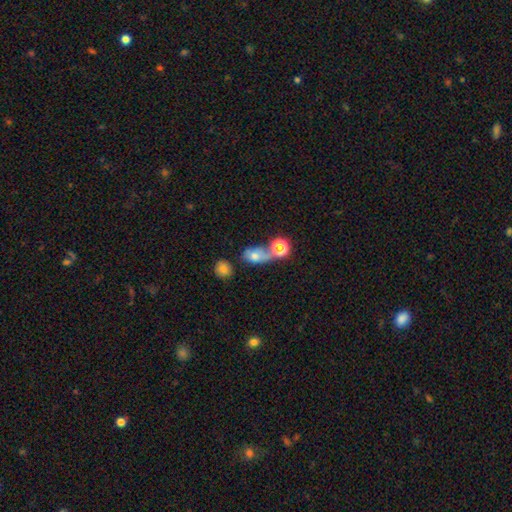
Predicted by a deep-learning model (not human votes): A smooth galaxy with no disk features (67%) that is in between round and cigar-shaped (64%).

Vote fractions:
- Smooth or featured? smooth: 67% / featured or disk: 19% / star or artifact: 14%
- How rounded? in between: 64% / round: 30% / cigar-shaped: 6%
- Merging? merger: 38% / none: 31% / minor disturbance: 16% / major disturbance: 15%